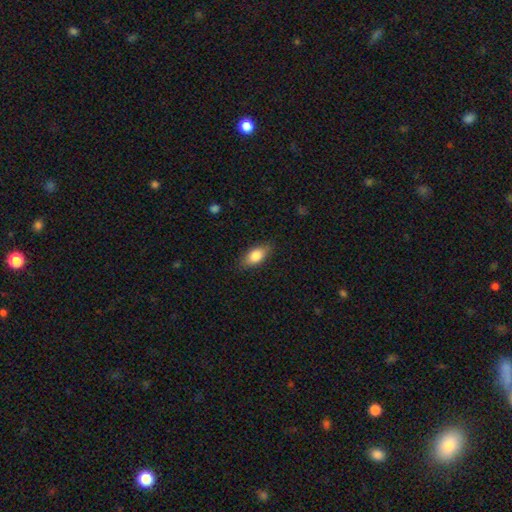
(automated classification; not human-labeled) A smooth galaxy with no disk features (80%) that is in between round and cigar-shaped (85%). Merging: none (84%).